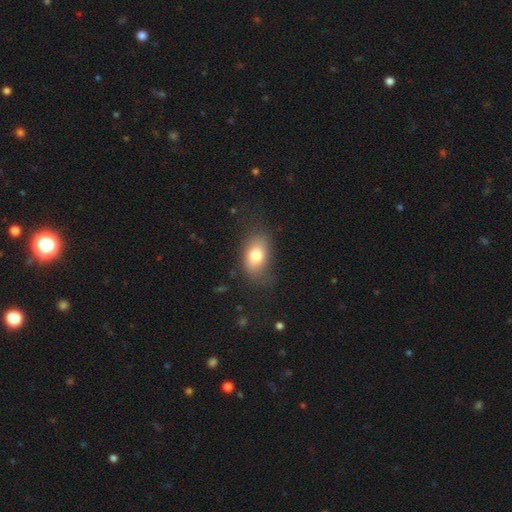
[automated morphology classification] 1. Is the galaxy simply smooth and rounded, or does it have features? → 76% smooth, 15% featured or disk, 9% star or artifact.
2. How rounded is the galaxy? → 86% in between, 12% round, 2% cigar-shaped.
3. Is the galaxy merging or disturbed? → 64% none, 23% minor disturbance, 11% major disturbance, 2% merger.